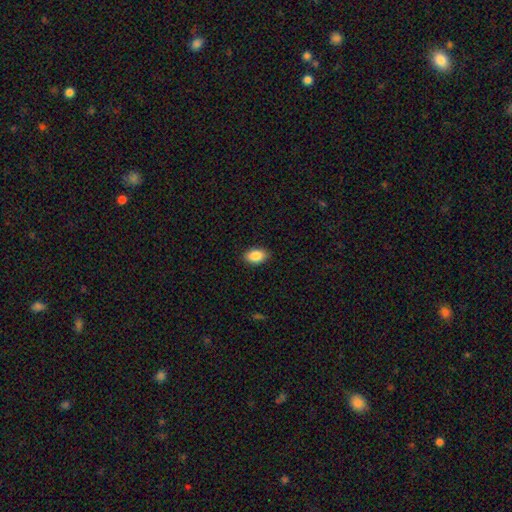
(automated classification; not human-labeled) A smooth galaxy with no disk features (87%) that is in between round and cigar-shaped (89%). Merging: none (89%).